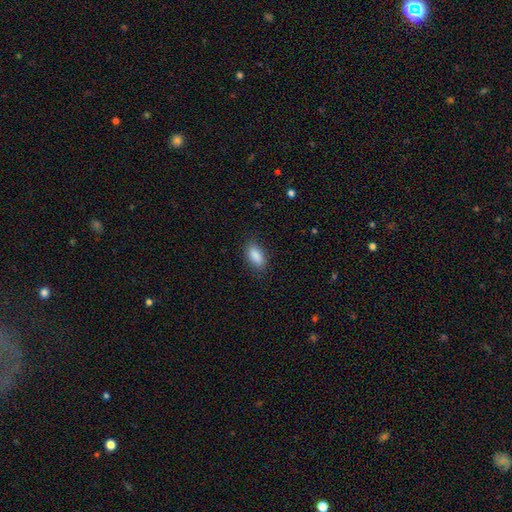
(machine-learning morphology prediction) type=smooth (88%); roundness=in between (90%); merging=none (83%).